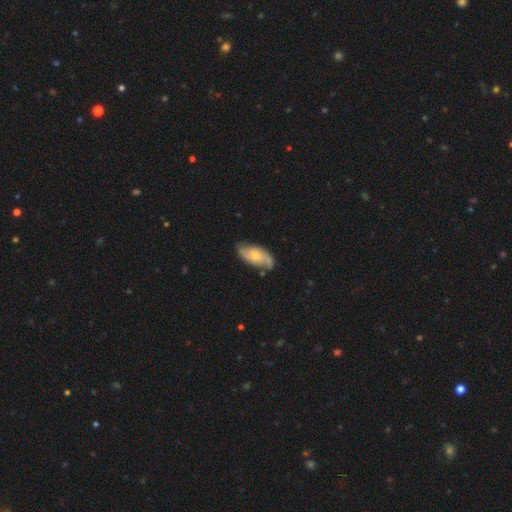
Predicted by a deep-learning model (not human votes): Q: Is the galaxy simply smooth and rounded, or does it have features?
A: featured or disk — 69%.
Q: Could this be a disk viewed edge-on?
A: no — 93%.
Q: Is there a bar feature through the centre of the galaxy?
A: no — 67%.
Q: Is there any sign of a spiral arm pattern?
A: yes — 91%.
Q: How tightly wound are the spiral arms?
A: medium — 43%.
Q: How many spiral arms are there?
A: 2 — 80%.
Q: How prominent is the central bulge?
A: small — 52%.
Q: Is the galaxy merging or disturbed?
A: none — 70%.